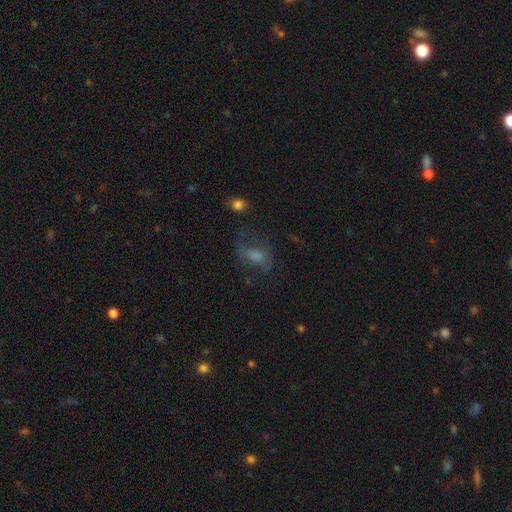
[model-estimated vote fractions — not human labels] Q: Smooth or featured?
A: smooth (47%); runner-up: featured or disk (36%)
Q: Merging?
A: none (42%); runner-up: major disturbance (33%)